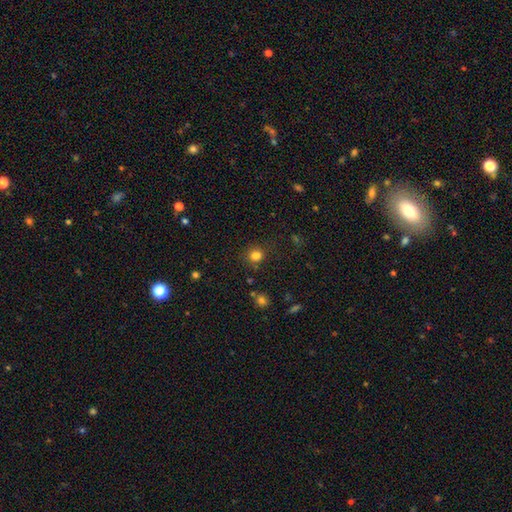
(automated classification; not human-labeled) This appears to be a smooth galaxy with no disk features (80%) that is round (80%). Merging: none (76%).